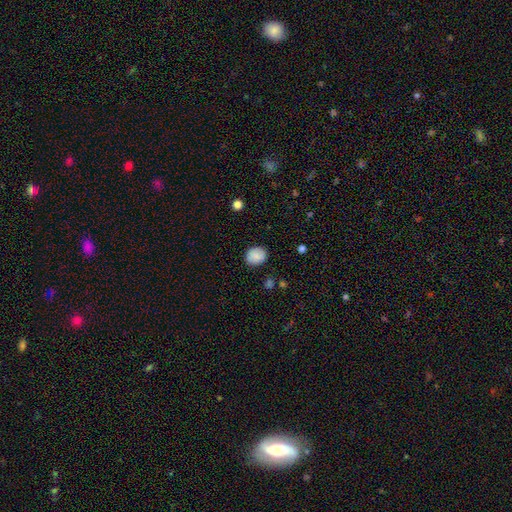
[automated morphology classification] This is clearly a smooth galaxy (85%). How rounded: possibly round (60%). Merging: clearly none (86%).